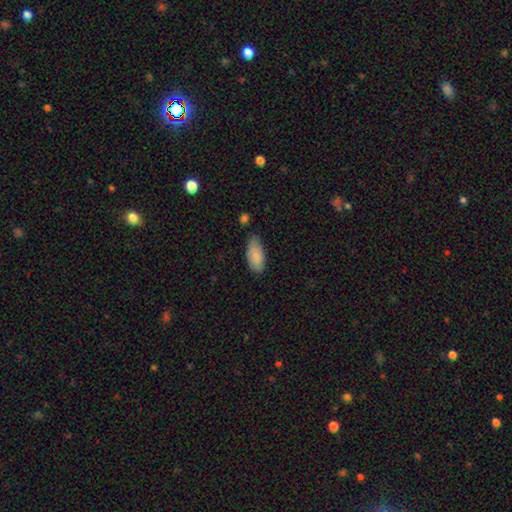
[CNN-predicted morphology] Smooth or featured? smooth (85%)
How rounded? in between (90%)
Merging? none (61%)